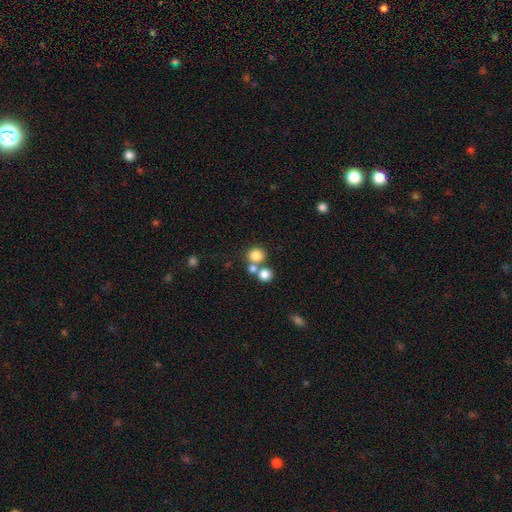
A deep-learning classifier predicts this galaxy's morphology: smooth-or-featured: smooth: 79% | star or artifact: 12% | featured or disk: 9%
  how-rounded: round: 85% | in between: 14% | cigar-shaped: 1%
  merging: none: 56% | merger: 33% | minor disturbance: 7% | major disturbance: 4%